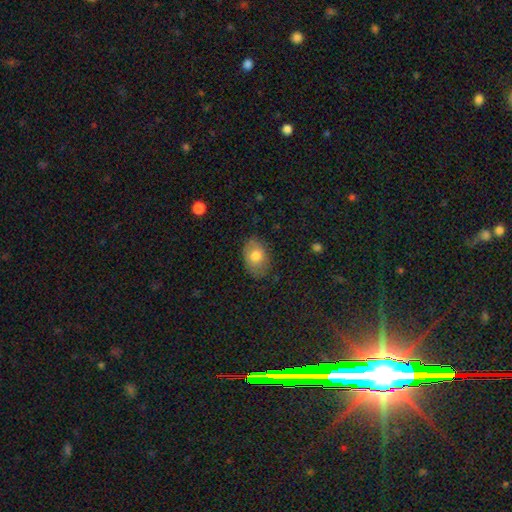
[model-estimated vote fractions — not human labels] smooth_or_featured: smooth (p=0.74) [alt: featured or disk p=0.18]
how_rounded: in between (p=0.81) [alt: round p=0.18]
merging: none (p=0.78) [alt: minor disturbance p=0.17]